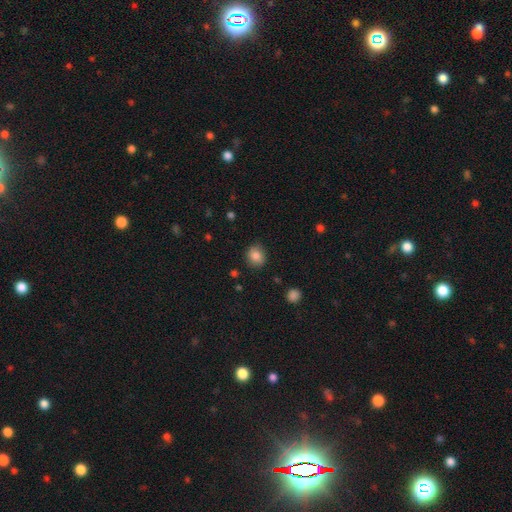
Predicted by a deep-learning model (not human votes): This is clearly a smooth galaxy (85%). How rounded: likely round (79%). Merging: clearly none (87%).